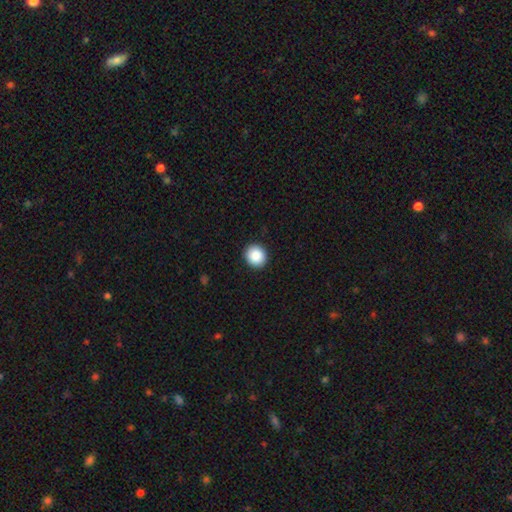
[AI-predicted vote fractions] A smooth galaxy with no disk features (88%) that is round (90%). Merging: none (93%).